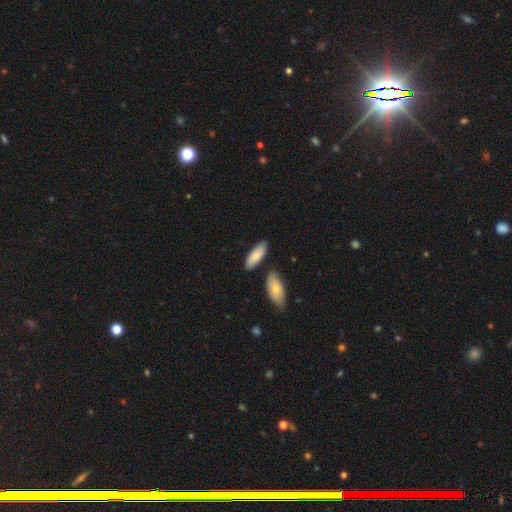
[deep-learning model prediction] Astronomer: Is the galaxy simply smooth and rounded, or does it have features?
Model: smooth — 82%.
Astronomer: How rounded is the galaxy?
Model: in between — 69%.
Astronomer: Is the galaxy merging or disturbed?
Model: none — 75%.